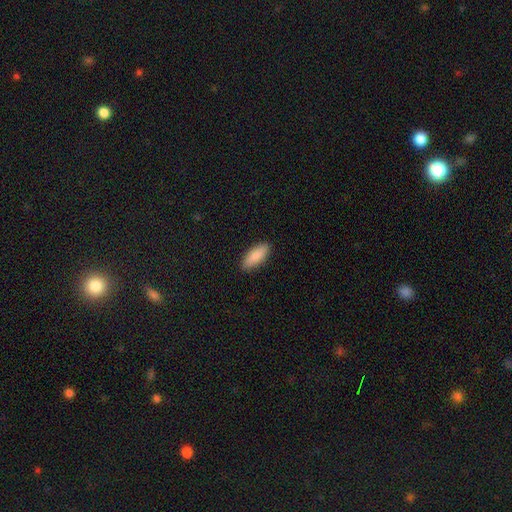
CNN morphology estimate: This appears to be a smooth galaxy with no disk features (89%) that is in between round and cigar-shaped (70%). Merging: none (90%).